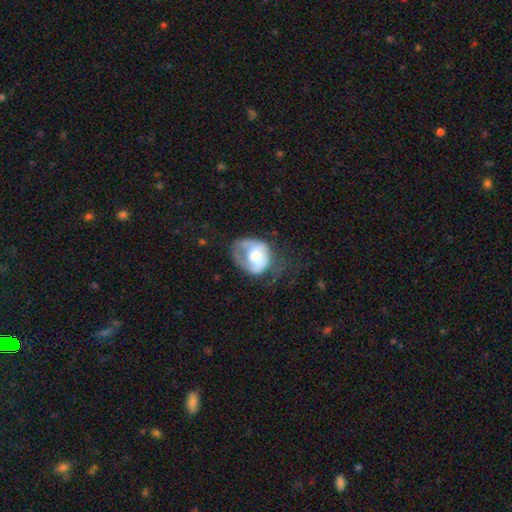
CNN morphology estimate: Smooth or featured? Predicted: smooth (p=0.51). How rounded? Predicted: round (p=0.52). Merging? Predicted: major disturbance (p=0.43).